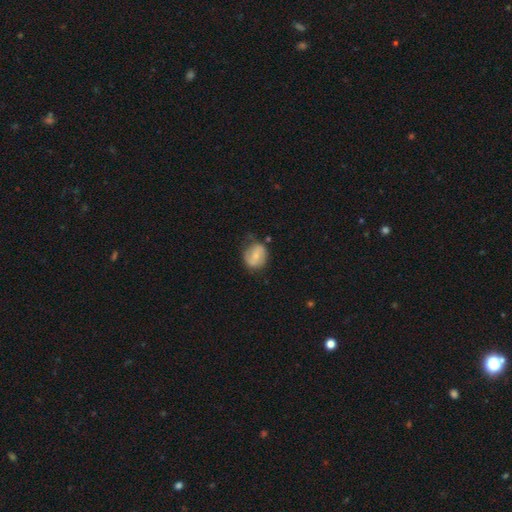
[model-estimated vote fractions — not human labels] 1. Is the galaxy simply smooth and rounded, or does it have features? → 52% smooth, 41% featured or disk, 7% star or artifact.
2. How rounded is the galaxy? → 64% round, 35% in between, 1% cigar-shaped.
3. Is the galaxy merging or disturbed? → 61% none, 27% minor disturbance, 8% major disturbance, 3% merger.